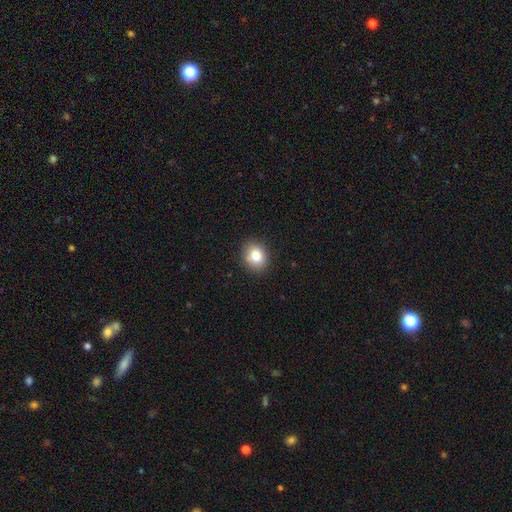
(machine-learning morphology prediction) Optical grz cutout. It shows a smooth galaxy with no disk features (84%) that is round (60%). Merging: none (86%).